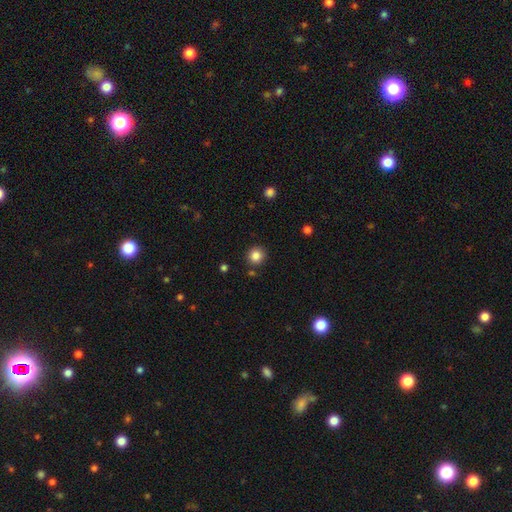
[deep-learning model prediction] smooth-or-featured: smooth: 85% | star or artifact: 11% | featured or disk: 4%
  how-rounded: round: 93% | in between: 6% | cigar-shaped: 1%
  merging: none: 88% | minor disturbance: 7% | merger: 3% | major disturbance: 2%